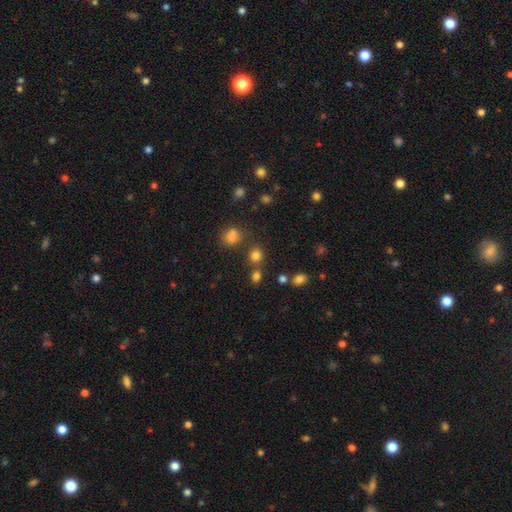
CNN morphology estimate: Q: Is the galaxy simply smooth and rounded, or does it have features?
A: smooth — 76%.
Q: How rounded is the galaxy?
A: round — 84%.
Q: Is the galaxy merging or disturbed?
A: none — 70%.